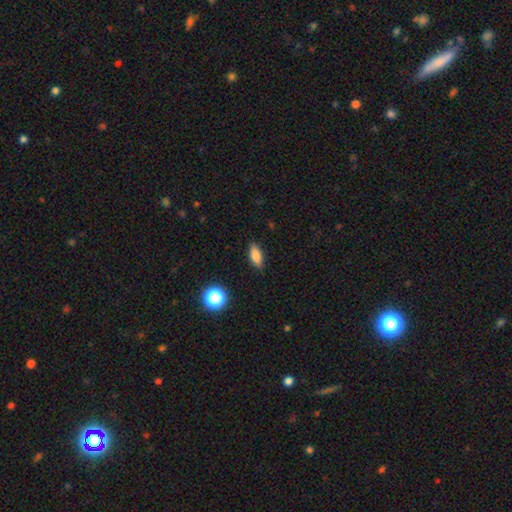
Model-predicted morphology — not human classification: smooth-or-featured: smooth: 80% | featured or disk: 10% | star or artifact: 9%
  how-rounded: in between: 77% | cigar-shaped: 18% | round: 5%
  merging: none: 86% | minor disturbance: 10% | major disturbance: 2% | merger: 1%